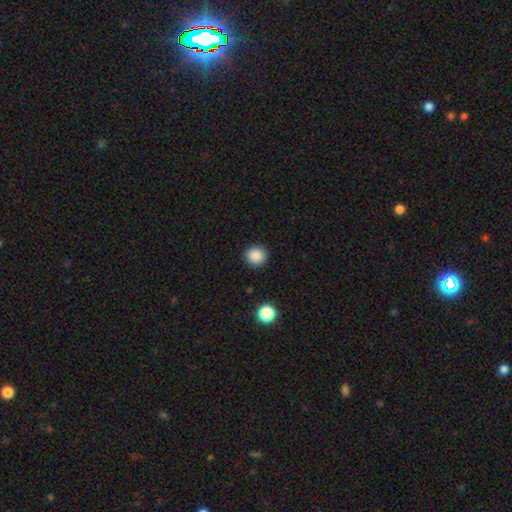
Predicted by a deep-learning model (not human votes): Smooth or featured: smooth — 87% (star or artifact — 10%)
How rounded: round — 91% (in between — 8%)
Merging: none — 91% (minor disturbance — 6%)